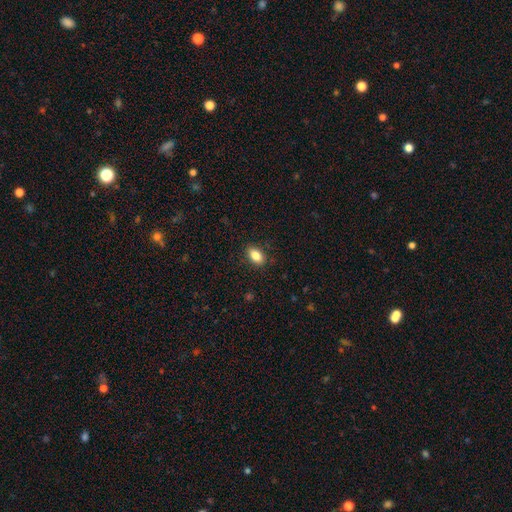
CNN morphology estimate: smooth-or-featured: smooth: 85% | star or artifact: 8% | featured or disk: 7%
  how-rounded: in between: 89% | round: 8% | cigar-shaped: 3%
  merging: none: 88% | minor disturbance: 9% | major disturbance: 2% | merger: 1%